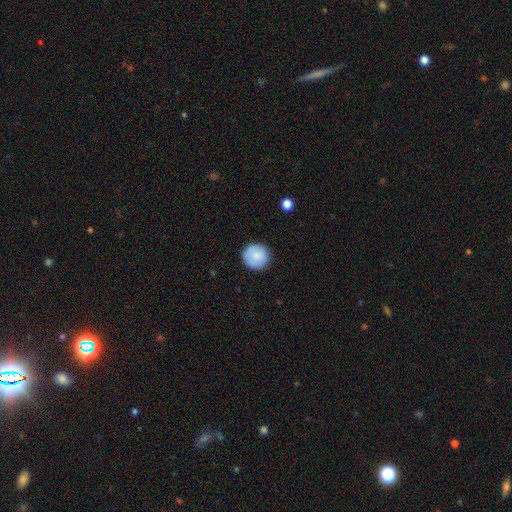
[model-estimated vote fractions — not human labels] Smooth or featured: smooth — 83% (featured or disk — 10%)
How rounded: round — 95% (in between — 4%)
Merging: none — 87% (minor disturbance — 9%)